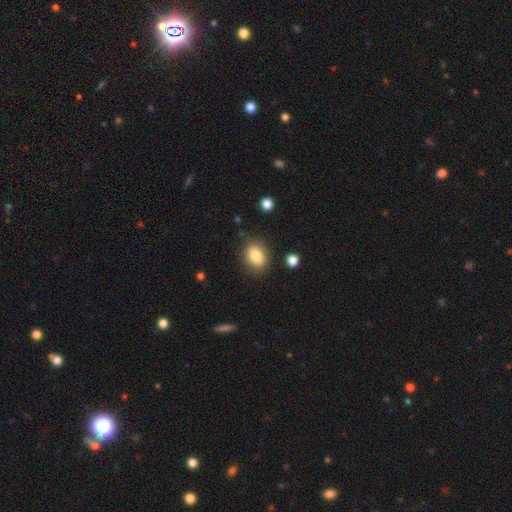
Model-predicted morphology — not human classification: Smooth or featured: smooth — 81% (featured or disk — 10%)
How rounded: in between — 68% (round — 30%)
Merging: none — 82% (minor disturbance — 12%)